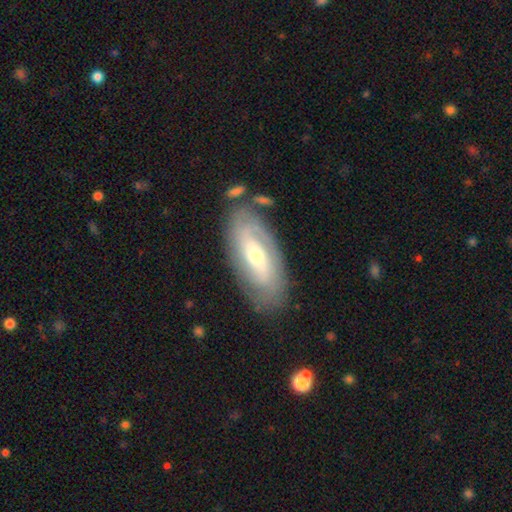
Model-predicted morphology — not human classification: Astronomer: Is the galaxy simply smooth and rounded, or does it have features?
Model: featured or disk — 71%.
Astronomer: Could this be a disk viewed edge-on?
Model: no — 88%.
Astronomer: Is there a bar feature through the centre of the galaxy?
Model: no — 44% (runner-up: weak, 38%).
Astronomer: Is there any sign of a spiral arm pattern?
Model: yes — 79%.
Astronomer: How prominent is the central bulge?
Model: moderate — 54% (runner-up: small, 40%).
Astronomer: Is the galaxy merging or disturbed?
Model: none — 77%.